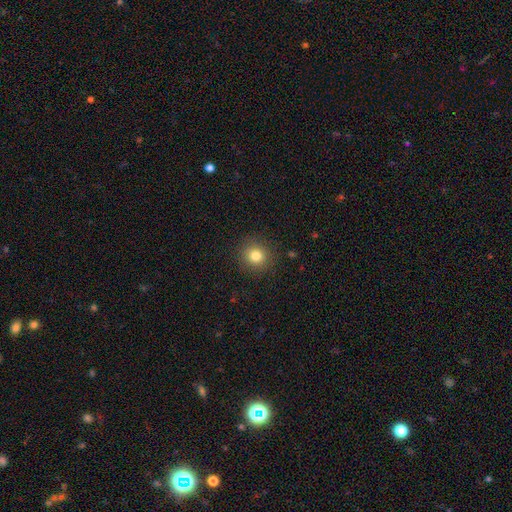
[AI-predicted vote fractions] A smooth galaxy with no disk features (80%) that is round (89%). Merging: none (89%).